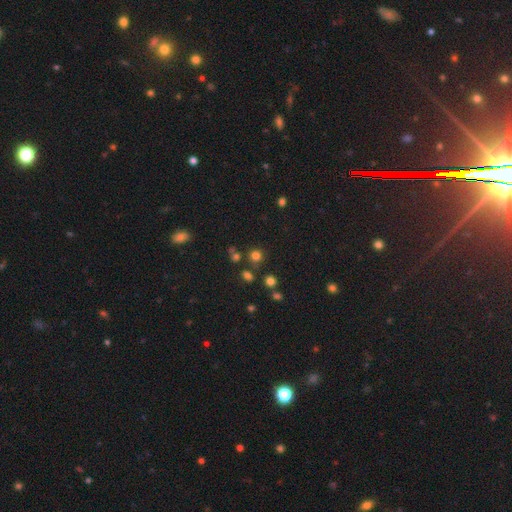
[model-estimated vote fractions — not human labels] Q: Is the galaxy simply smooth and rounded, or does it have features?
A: smooth — 74%.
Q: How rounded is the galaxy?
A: round — 91%.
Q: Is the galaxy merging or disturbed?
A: none — 79%.